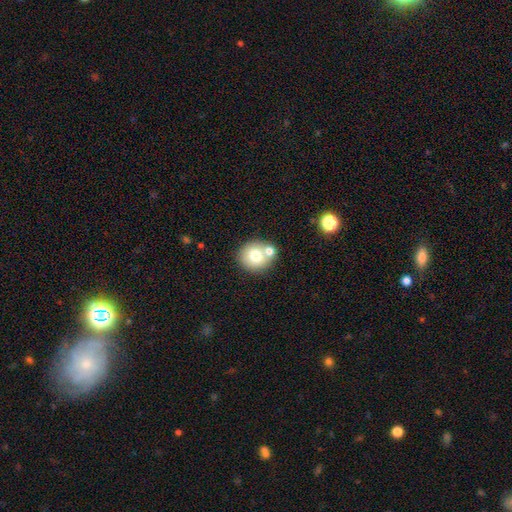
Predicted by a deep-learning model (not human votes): This is likely a smooth galaxy (72%). How rounded: clearly round (83%). Merging: possibly none (59%).